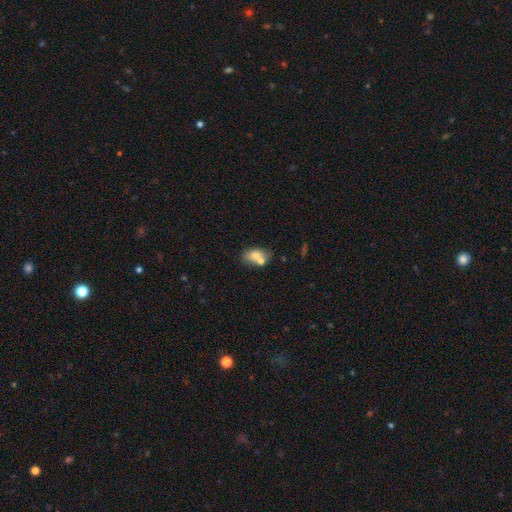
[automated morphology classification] Smooth or featured?
  - smooth: 71% *
  - featured or disk: 19%
  - star or artifact: 9%
How rounded?
  - in between: 82% *
  - round: 16%
  - cigar-shaped: 2%
Merging?
  - none: 49% *
  - merger: 32%
  - minor disturbance: 14%
  - major disturbance: 5%